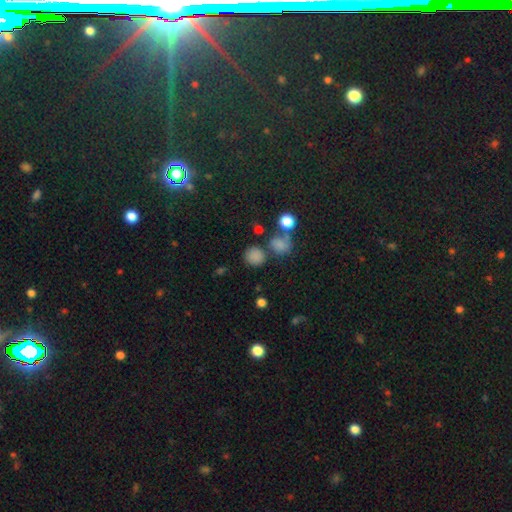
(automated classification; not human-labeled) The model was most divided on "merging": none: 69%, merger: 14%, minor disturbance: 12%, major disturbance: 5%. More confident: how rounded — round (85%); smooth or featured — smooth (79%).